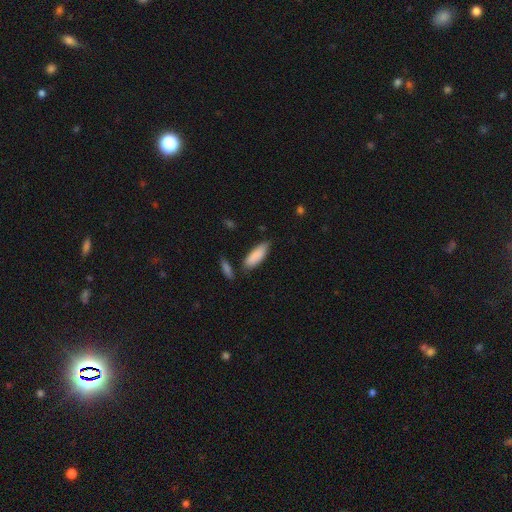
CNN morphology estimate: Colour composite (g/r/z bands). It shows a smooth galaxy with no disk features (87%) that is in between round and cigar-shaped (64%). Merging: none (71%).